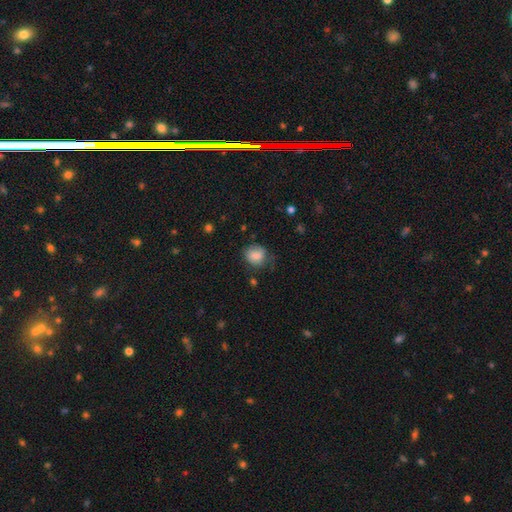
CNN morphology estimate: Smooth or featured: smooth — 81% (featured or disk — 10%)
How rounded: round — 66% (in between — 33%)
Merging: none — 58% (minor disturbance — 28%)